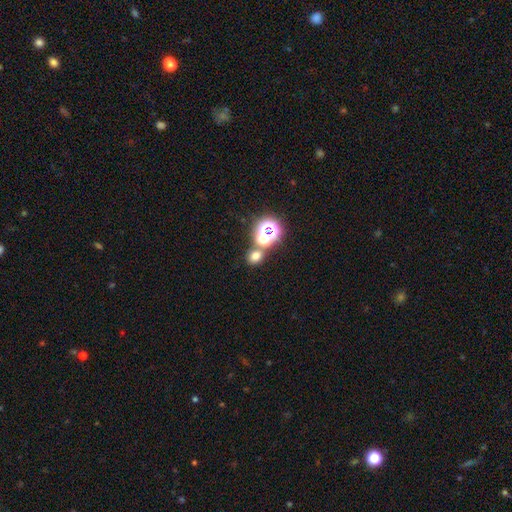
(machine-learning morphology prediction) Smooth or featured? Predicted: smooth (p=0.61). How rounded? Predicted: round (p=0.69). Merging? Predicted: none (p=0.67).